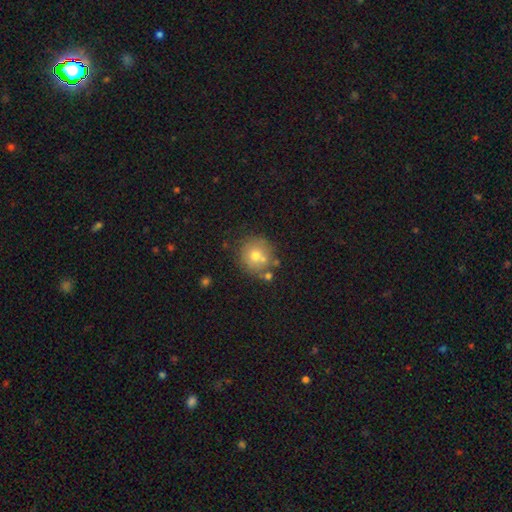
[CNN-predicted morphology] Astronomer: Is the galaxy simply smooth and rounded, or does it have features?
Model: smooth — 66%.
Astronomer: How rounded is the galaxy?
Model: round — 91%.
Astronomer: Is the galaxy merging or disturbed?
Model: none — 66%.